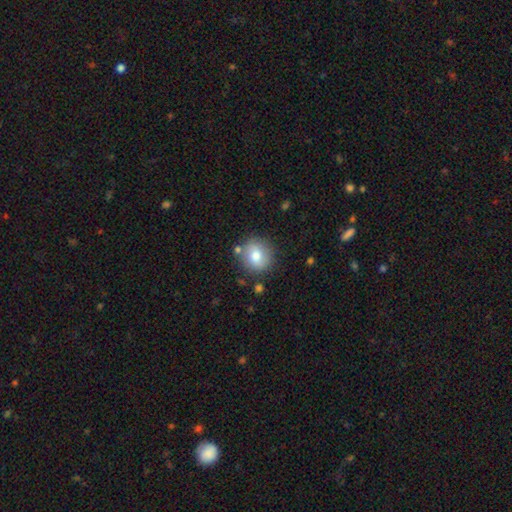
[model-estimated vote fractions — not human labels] The model was most divided on "smooth or featured": smooth: 76%, featured or disk: 15%, star or artifact: 9%. More confident: how rounded — round (87%); merging — none (81%).